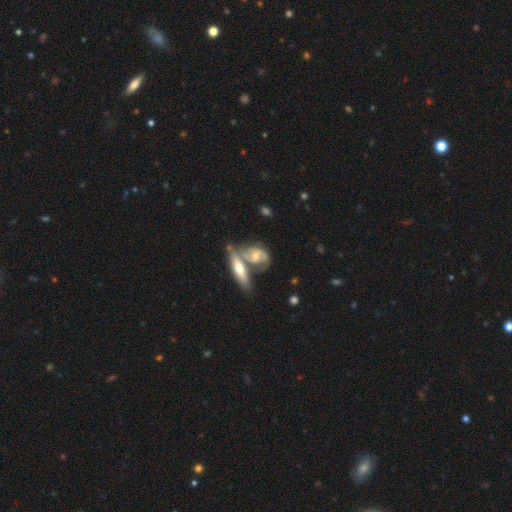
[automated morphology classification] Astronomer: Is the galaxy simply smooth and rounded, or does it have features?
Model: featured or disk — 72%.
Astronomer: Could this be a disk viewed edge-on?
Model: no — 88%.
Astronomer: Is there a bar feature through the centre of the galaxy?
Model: no — 64%.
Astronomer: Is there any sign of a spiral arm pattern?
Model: yes — 89%.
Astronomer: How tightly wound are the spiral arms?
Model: medium — 44% (runner-up: tight, 40%).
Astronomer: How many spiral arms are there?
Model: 2 — 69%.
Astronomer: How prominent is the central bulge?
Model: moderate — 53% (runner-up: small, 37%).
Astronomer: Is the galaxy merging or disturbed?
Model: merger — 48% (runner-up: none, 32%).